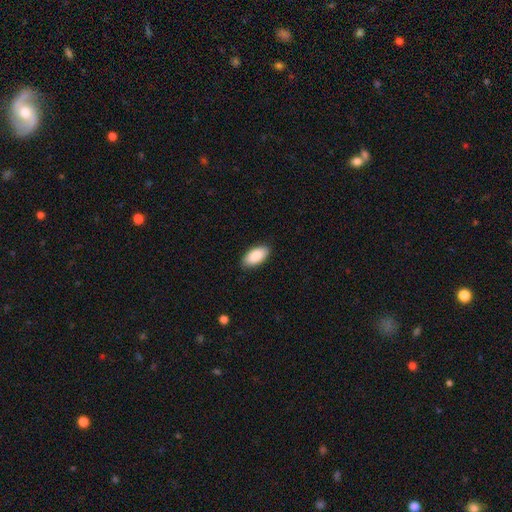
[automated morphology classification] Smooth or featured? smooth (88%)
How rounded? in between (94%)
Merging? none (87%)